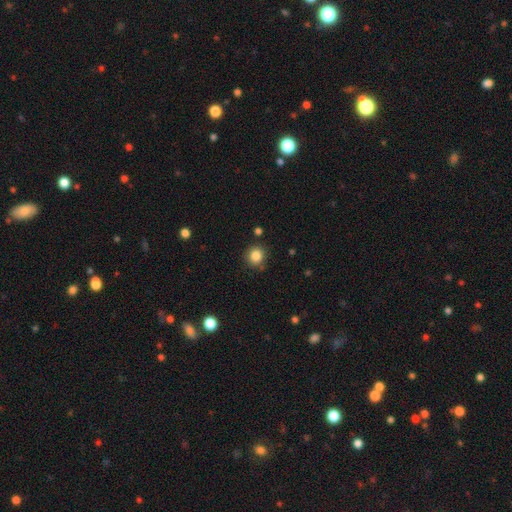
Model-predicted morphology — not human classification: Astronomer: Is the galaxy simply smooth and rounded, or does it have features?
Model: smooth — 84%.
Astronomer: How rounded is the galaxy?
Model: round — 89%.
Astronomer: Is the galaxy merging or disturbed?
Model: none — 86%.